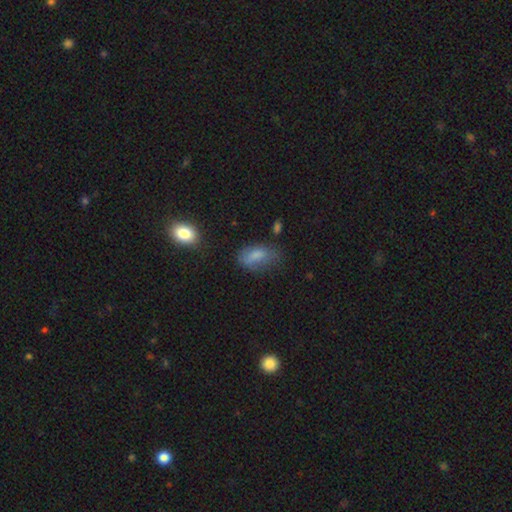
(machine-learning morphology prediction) Smooth or featured: smooth — 77% (featured or disk — 14%)
How rounded: in between — 90% (round — 7%)
Merging: none — 48% (minor disturbance — 33%)